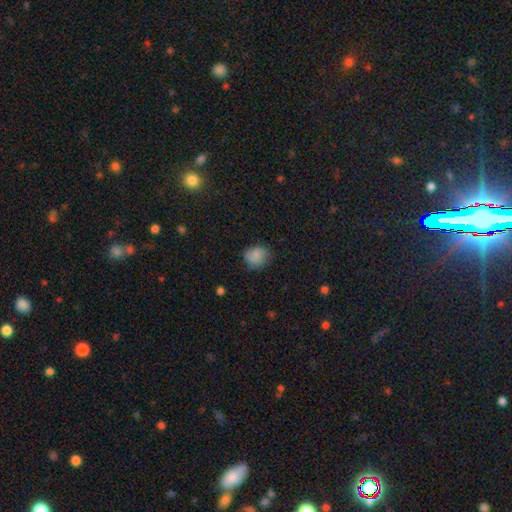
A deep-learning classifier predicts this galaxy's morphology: Smooth or featured?
  - smooth: 76% *
  - featured or disk: 15%
  - star or artifact: 9%
How rounded?
  - round: 73% *
  - in between: 26%
  - cigar-shaped: 1%
Merging?
  - none: 69% *
  - minor disturbance: 23%
  - major disturbance: 7%
  - merger: 2%